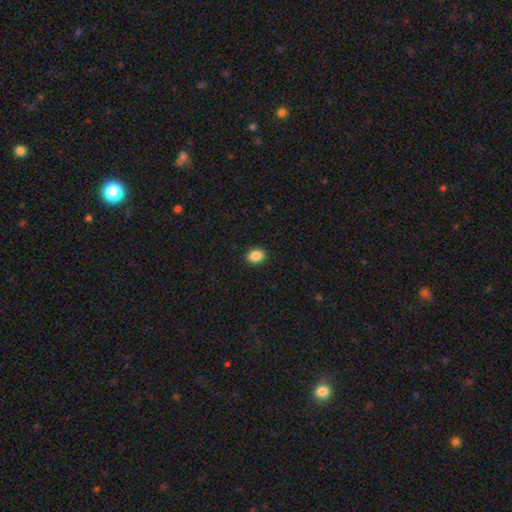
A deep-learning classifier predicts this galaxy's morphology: smooth-or-featured: smooth: 88% | star or artifact: 9% | featured or disk: 3%
  how-rounded: in between: 64% | round: 35% | cigar-shaped: 1%
  merging: none: 91% | minor disturbance: 6% | major disturbance: 2% | merger: 1%